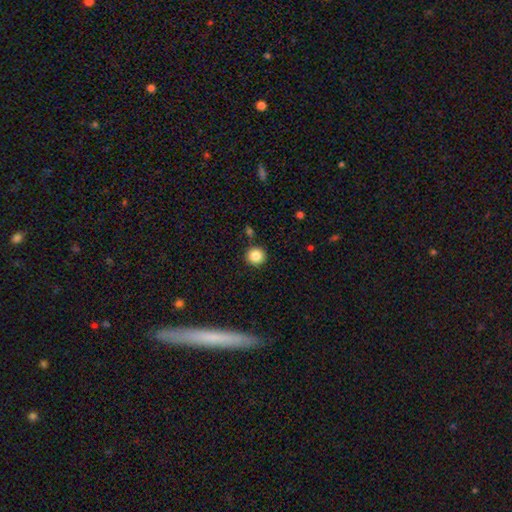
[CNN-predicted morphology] Q: Smooth or featured?
A: smooth (85%); runner-up: star or artifact (10%)
Q: How rounded?
A: round (94%); runner-up: in between (5%)
Q: Merging?
A: none (89%); runner-up: minor disturbance (6%)